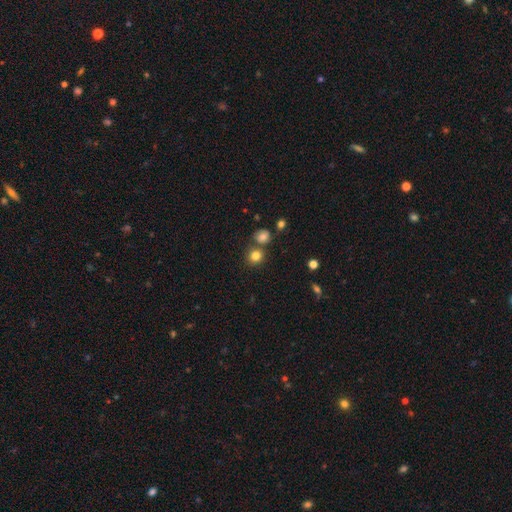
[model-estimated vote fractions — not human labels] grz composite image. It shows a smooth galaxy with no disk features (82%) that is round (88%). Merging: none (71%).